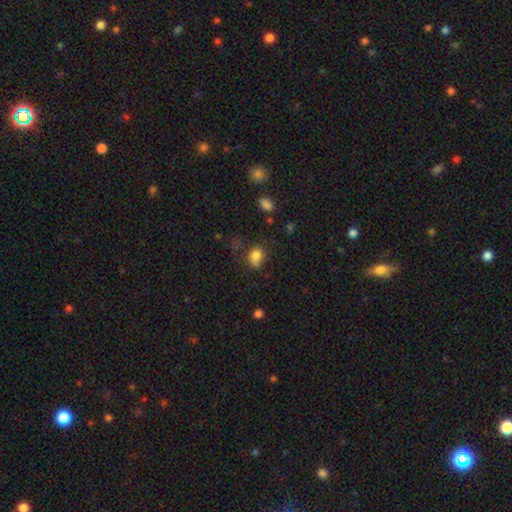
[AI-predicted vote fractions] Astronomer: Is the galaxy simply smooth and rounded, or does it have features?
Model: smooth — 80%.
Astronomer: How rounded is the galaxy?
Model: round — 62% (runner-up: in between, 37%).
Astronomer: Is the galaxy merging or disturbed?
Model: none — 51% (runner-up: minor disturbance, 27%).